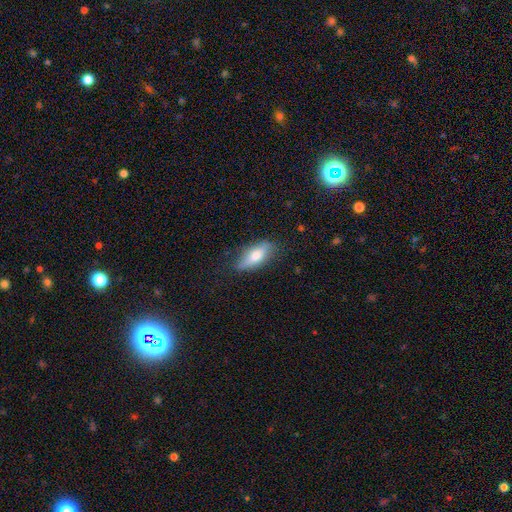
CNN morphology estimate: A smooth galaxy with no disk features (67%) that is in between round and cigar-shaped (72%).

Vote fractions:
- Smooth or featured? smooth: 67% / featured or disk: 27% / star or artifact: 7%
- How rounded? in between: 72% / cigar-shaped: 25% / round: 3%
- Merging? none: 74% / minor disturbance: 20% / major disturbance: 5% / merger: 1%